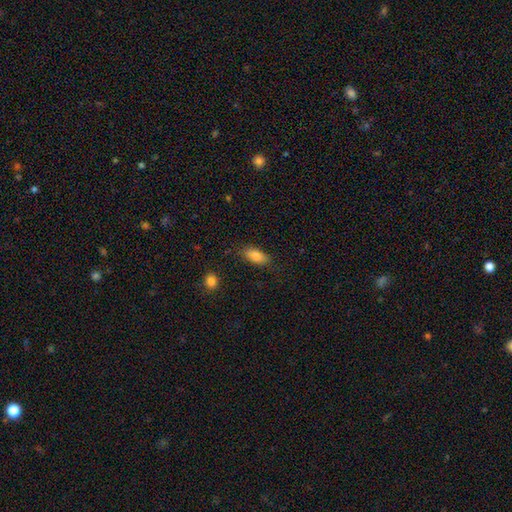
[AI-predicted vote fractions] A smooth galaxy with no disk features (84%) that is in between round and cigar-shaped (85%).

Vote fractions:
- Smooth or featured? smooth: 84% / featured or disk: 8% / star or artifact: 8%
- How rounded? in between: 85% / cigar-shaped: 11% / round: 3%
- Merging? none: 79% / minor disturbance: 15% / major disturbance: 4% / merger: 2%